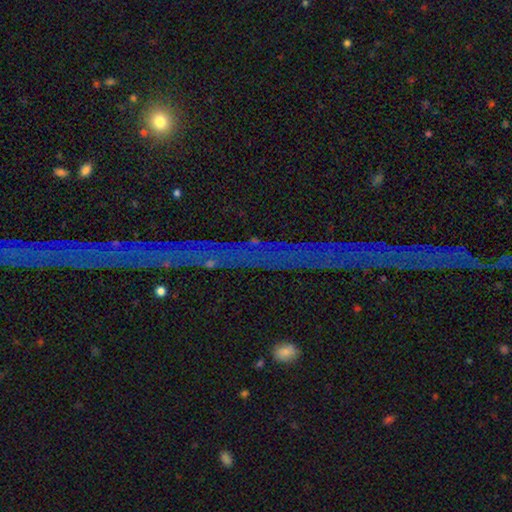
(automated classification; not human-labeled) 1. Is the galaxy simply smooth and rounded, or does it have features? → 70% star or artifact, 16% featured or disk, 14% smooth.